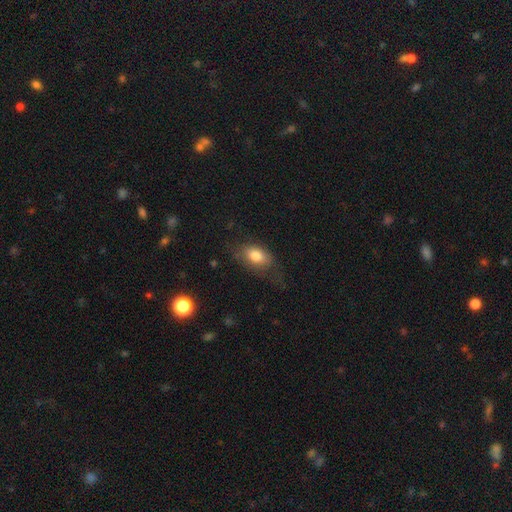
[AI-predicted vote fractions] smooth-or-featured: smooth: 78% | featured or disk: 14% | star or artifact: 8%
  how-rounded: in between: 87% | round: 11% | cigar-shaped: 2%
  merging: none: 57% | minor disturbance: 25% | major disturbance: 16% | merger: 2%